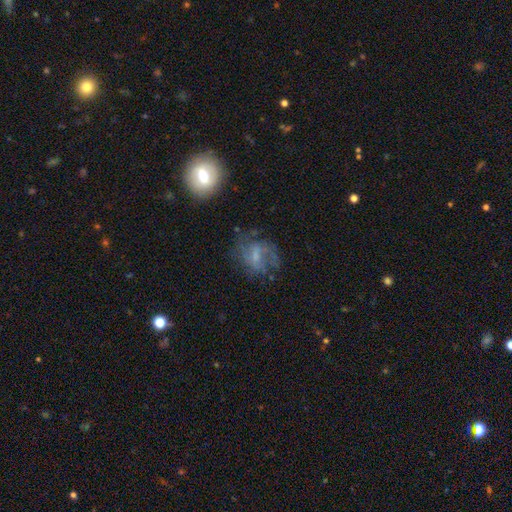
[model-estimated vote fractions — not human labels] Q: Smooth or featured?
A: featured or disk (57%); runner-up: smooth (32%)
Q: Edge-on disk?
A: no (96%); runner-up: yes (4%)
Q: Bar?
A: weak (49%); runner-up: no (34%)
Q: Spiral arms?
A: yes (64%); runner-up: no (36%)
Q: Bulge size?
A: small (41%); runner-up: moderate (30%)
Q: Merging?
A: none (50%); runner-up: major disturbance (25%)